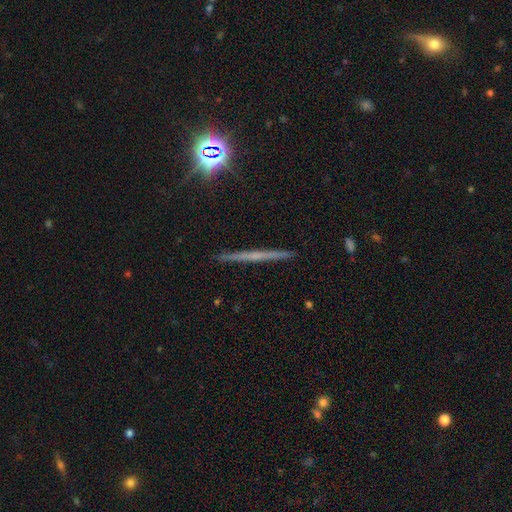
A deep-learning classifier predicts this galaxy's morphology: Q: Smooth or featured?
A: featured or disk (60%); runner-up: smooth (26%)
Q: Edge-on disk?
A: yes (98%); runner-up: no (2%)
Q: Edge-on bulge?
A: none (67%); runner-up: rounded (26%)
Q: Merging?
A: none (92%); runner-up: minor disturbance (5%)